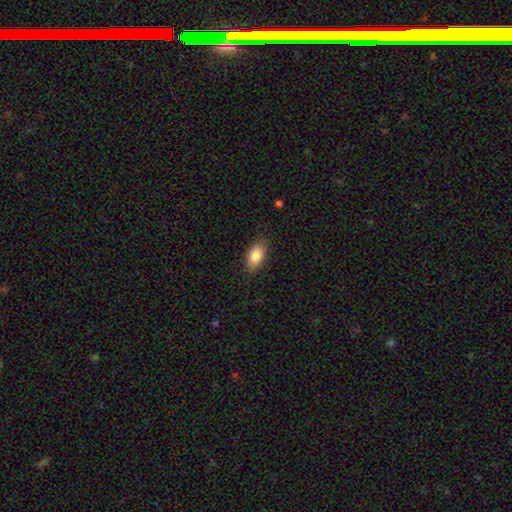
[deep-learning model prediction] Smooth or featured? smooth (87%)
How rounded? in between (92%)
Merging? none (84%)